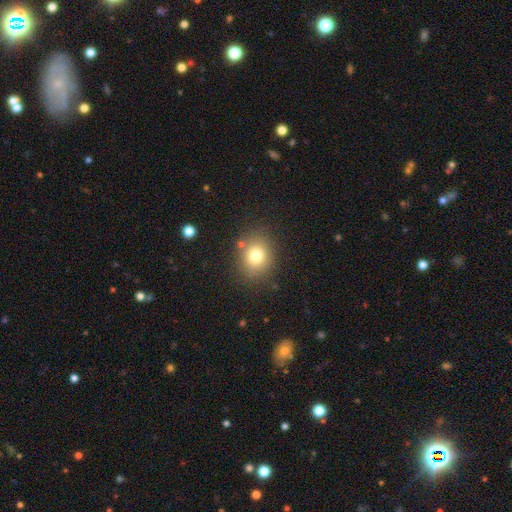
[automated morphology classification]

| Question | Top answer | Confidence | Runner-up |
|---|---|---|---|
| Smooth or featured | smooth | 78% | star or artifact (12%) |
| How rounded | round | 64% | in between (35%) |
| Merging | none | 81% | minor disturbance (11%) |